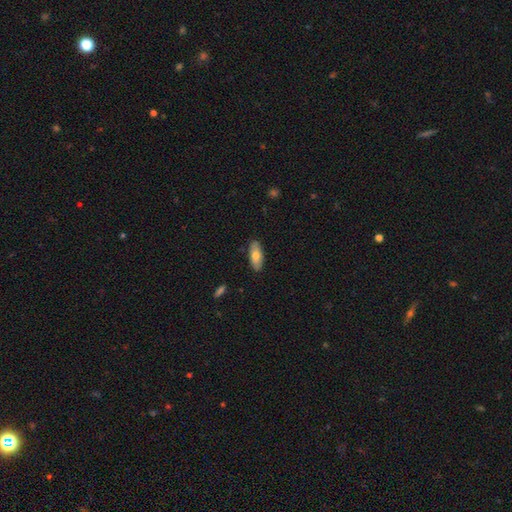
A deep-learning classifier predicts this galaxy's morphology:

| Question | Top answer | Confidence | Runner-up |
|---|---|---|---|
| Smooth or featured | smooth | 71% | featured or disk (23%) |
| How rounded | in between | 83% | cigar-shaped (15%) |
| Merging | none | 87% | minor disturbance (10%) |